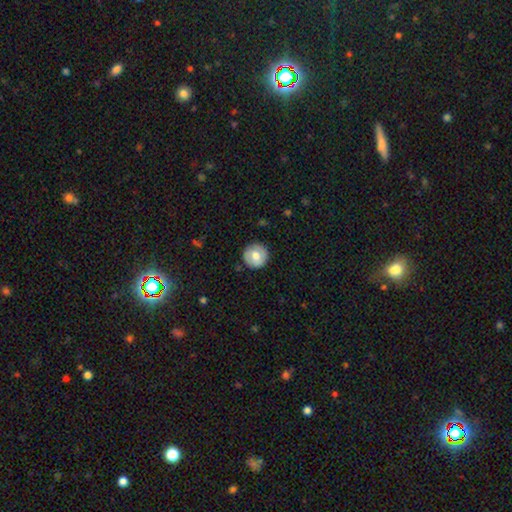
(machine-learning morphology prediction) smooth-or-featured: smooth: 68% | featured or disk: 25% | star or artifact: 7%
  how-rounded: round: 94% | in between: 5% | cigar-shaped: 1%
  merging: none: 88% | minor disturbance: 8% | major disturbance: 2% | merger: 1%